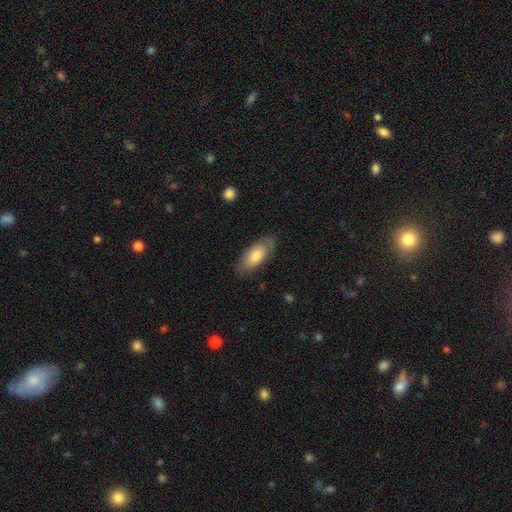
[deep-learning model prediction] Smooth or featured?
  - smooth: 76% *
  - featured or disk: 19%
  - star or artifact: 6%
How rounded?
  - in between: 87% *
  - cigar-shaped: 10%
  - round: 2%
Merging?
  - none: 78% *
  - minor disturbance: 16%
  - major disturbance: 4%
  - merger: 1%